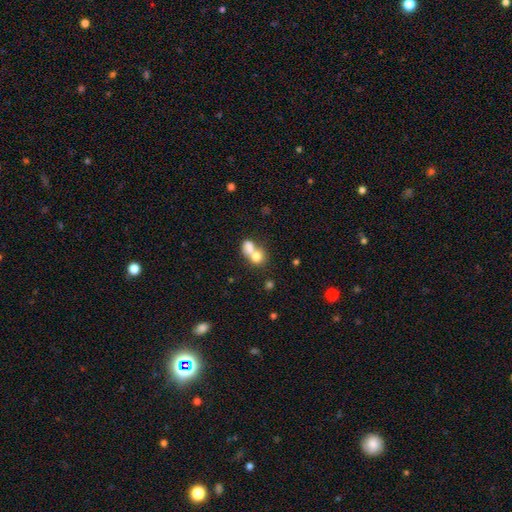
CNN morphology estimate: smooth 74%, featured or disk 16%, star or artifact 10%. Down the decision tree: how rounded — round (55%); merging — merger (70%).